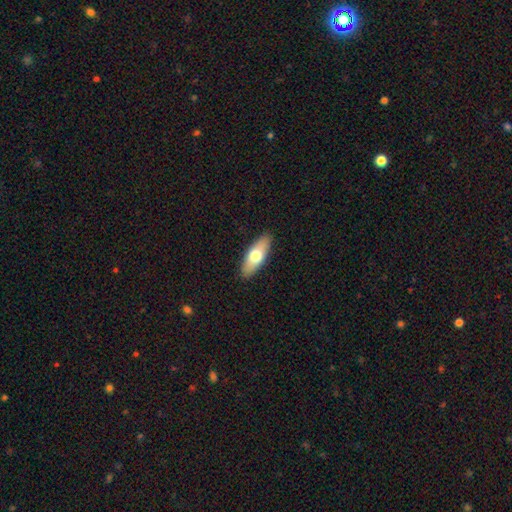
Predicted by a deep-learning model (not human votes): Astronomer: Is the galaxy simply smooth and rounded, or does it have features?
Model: smooth — 66%.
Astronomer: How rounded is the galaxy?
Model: in between — 69%.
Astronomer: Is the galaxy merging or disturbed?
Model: none — 89%.